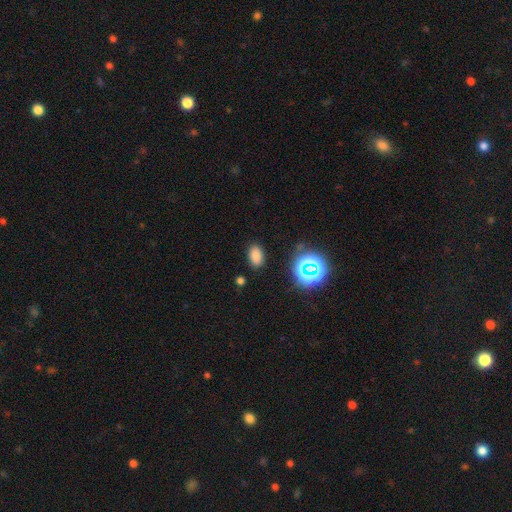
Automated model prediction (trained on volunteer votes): smooth_or_featured: smooth (p=0.77) [alt: star or artifact p=0.17]
how_rounded: in between (p=0.88) [alt: round p=0.10]
merging: none (p=0.85) [alt: minor disturbance p=0.10]